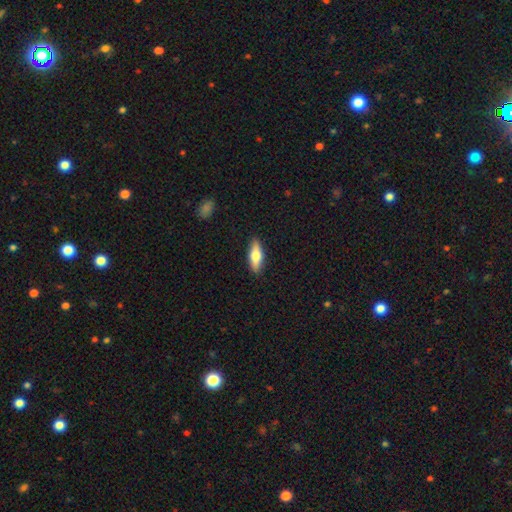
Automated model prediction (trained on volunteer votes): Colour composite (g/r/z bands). It shows a smooth galaxy with no disk features (62%) that is in between round and cigar-shaped (58%). Merging: none (89%).